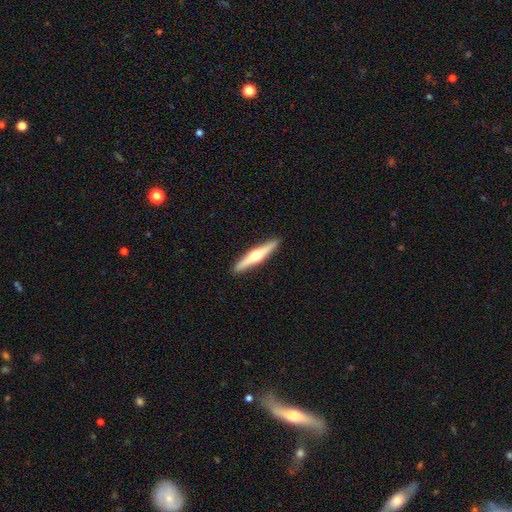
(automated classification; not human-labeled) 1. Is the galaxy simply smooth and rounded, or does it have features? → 66% featured or disk, 29% smooth, 5% star or artifact.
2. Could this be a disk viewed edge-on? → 97% yes, 3% no.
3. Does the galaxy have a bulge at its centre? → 94% rounded, 3% none, 2% boxy.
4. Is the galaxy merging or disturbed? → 92% none, 6% minor disturbance, 1% major disturbance, 1% merger.